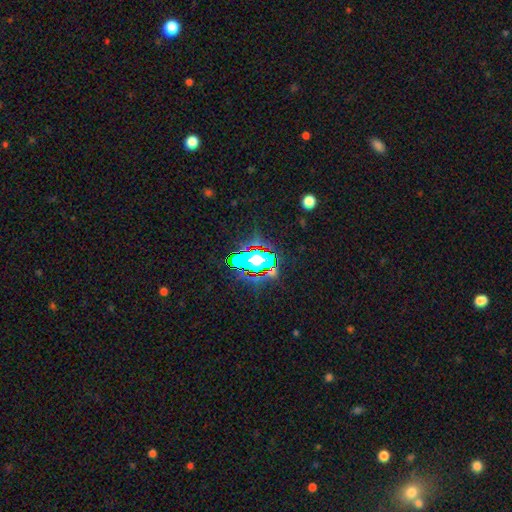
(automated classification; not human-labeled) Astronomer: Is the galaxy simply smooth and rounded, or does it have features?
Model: star or artifact — 48% (runner-up: smooth, 34%).